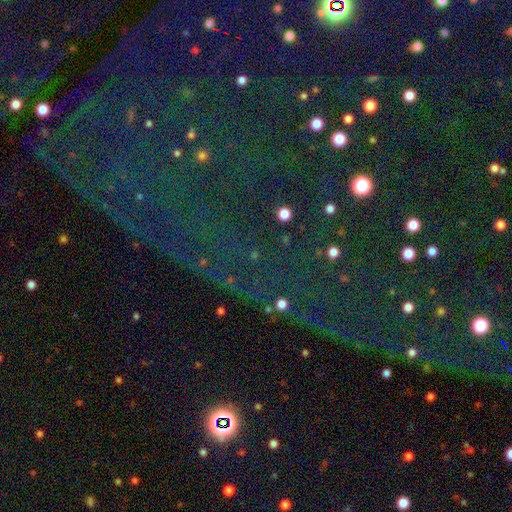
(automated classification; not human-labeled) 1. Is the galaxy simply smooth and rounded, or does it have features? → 84% star or artifact, 9% smooth, 7% featured or disk.